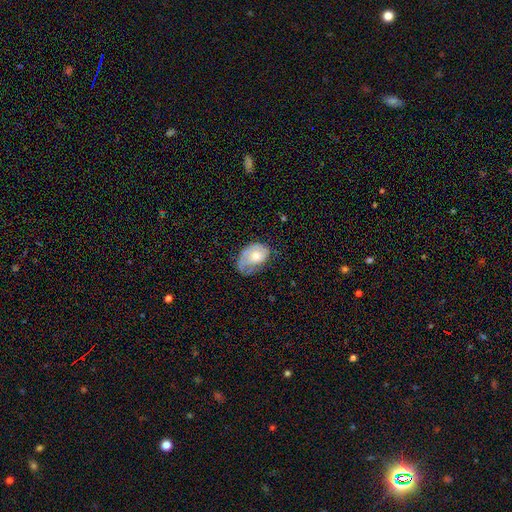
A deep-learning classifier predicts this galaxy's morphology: smooth 47%, featured or disk 46%, star or artifact 7%. Down the decision tree: merging — minor disturbance (37%).